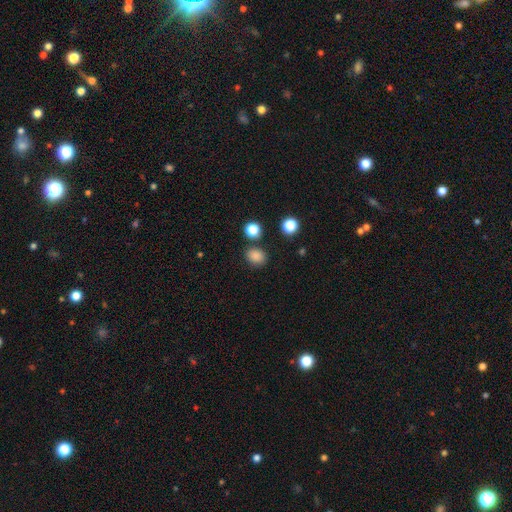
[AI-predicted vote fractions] Morphology: type=smooth (83%); roundness=round (56%); merging=none (81%).